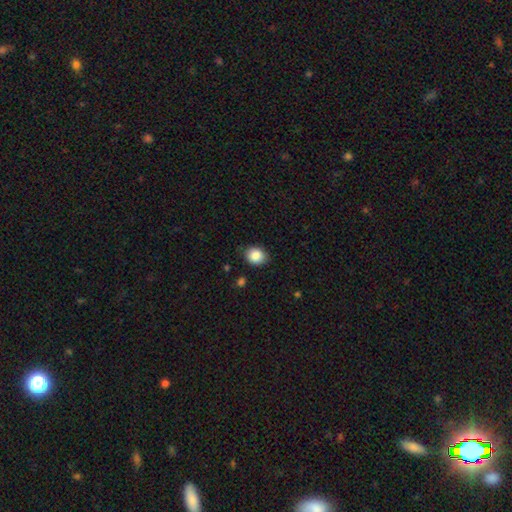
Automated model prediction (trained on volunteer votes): A smooth galaxy with no disk features (86%) that is round (56%). Merging: none (83%).